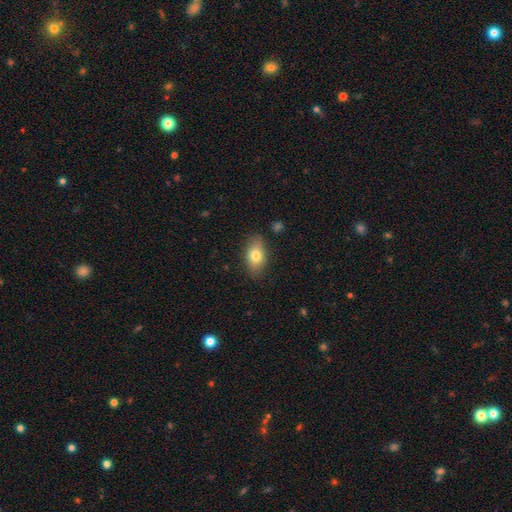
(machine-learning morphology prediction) type=smooth (76%); roundness=in between (85%); merging=none (83%).